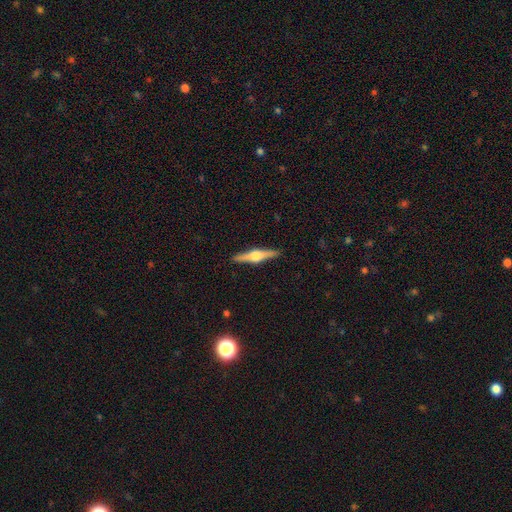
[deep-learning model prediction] smooth_or_featured: featured or disk (p=0.75) [alt: smooth p=0.20]
disk_edge_on: yes (p=0.98) [alt: no p=0.02]
edge_on_bulge: rounded (p=0.94) [alt: boxy p=0.04]
merging: none (p=0.92) [alt: minor disturbance p=0.06]